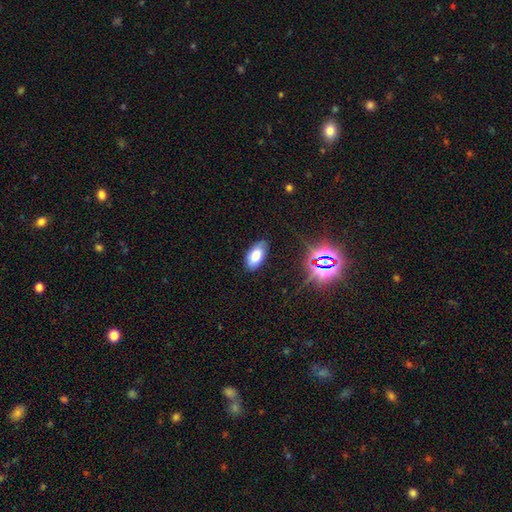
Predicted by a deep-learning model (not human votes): Smooth or featured? smooth (75%)
How rounded? in between (94%)
Merging? none (82%)